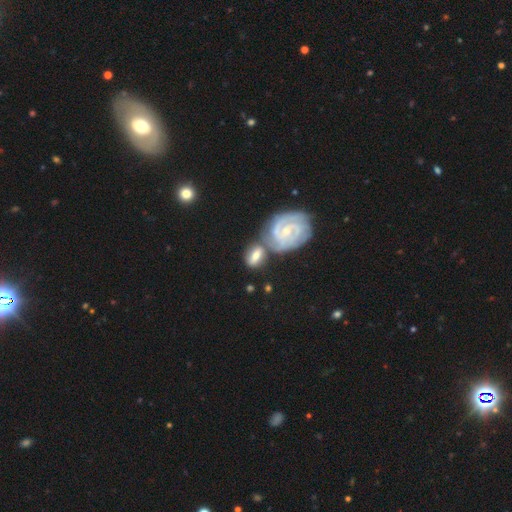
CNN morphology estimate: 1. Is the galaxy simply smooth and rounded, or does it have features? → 54% featured or disk, 39% smooth, 7% star or artifact.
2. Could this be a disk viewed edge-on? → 94% no, 6% yes.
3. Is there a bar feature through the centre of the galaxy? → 45% weak, 35% no, 20% strong.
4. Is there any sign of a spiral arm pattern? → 90% yes, 10% no.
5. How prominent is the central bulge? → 57% small, 35% moderate, 4% large, 3% none, 1% dominant.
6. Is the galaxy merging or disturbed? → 46% none, 32% merger, 17% minor disturbance, 6% major disturbance.